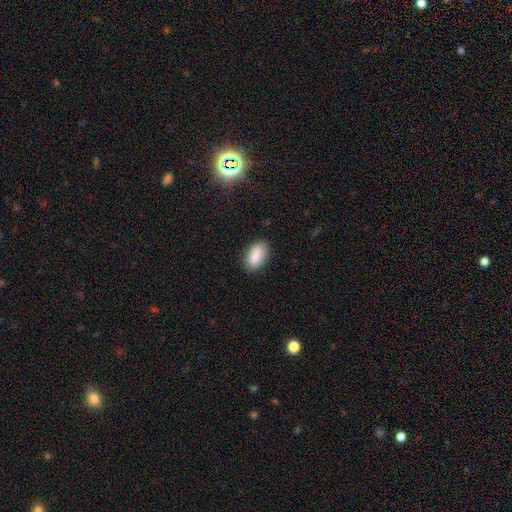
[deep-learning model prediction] Morphology: type=smooth (86%); roundness=in between (92%); merging=none (85%).